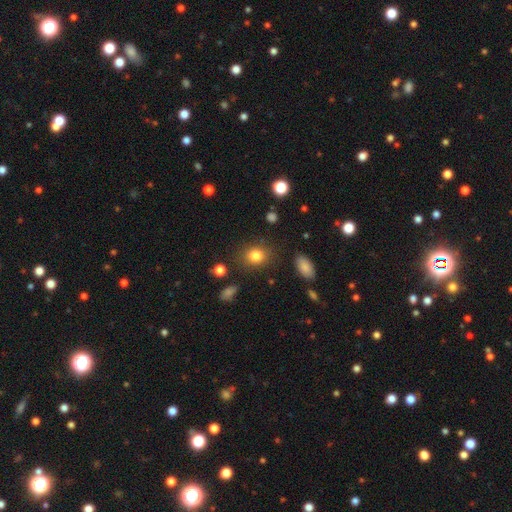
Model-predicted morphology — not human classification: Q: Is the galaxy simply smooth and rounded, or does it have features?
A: smooth — 82%.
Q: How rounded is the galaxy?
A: round — 58%.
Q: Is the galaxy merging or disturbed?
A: none — 84%.